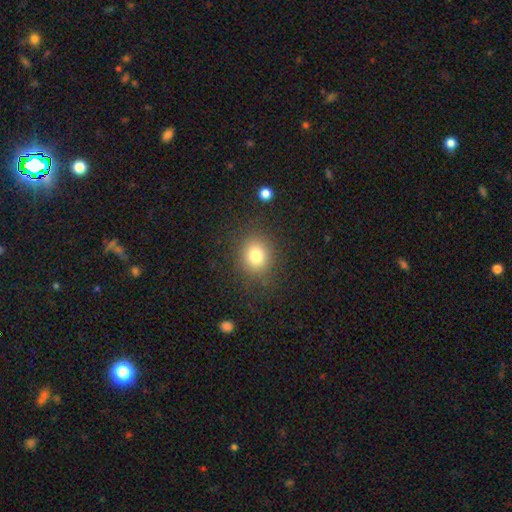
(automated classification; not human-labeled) Smooth or featured?
  - smooth: 78% *
  - star or artifact: 13%
  - featured or disk: 9%
How rounded?
  - round: 73% *
  - in between: 26%
  - cigar-shaped: 1%
Merging?
  - none: 85% *
  - minor disturbance: 9%
  - major disturbance: 4%
  - merger: 2%